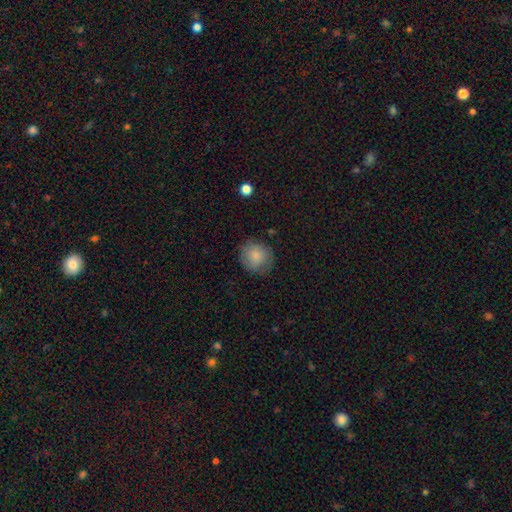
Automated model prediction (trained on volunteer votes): Smooth or featured? Predicted: smooth (p=0.80). How rounded? Predicted: round (p=0.89). Merging? Predicted: none (p=0.78).